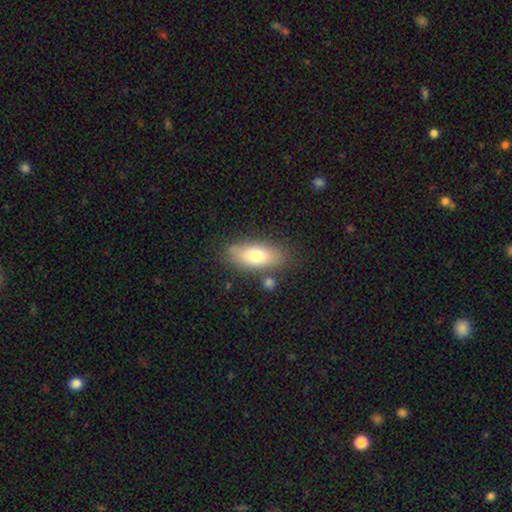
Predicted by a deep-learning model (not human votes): Smooth or featured: smooth — 74% (featured or disk — 18%)
How rounded: in between — 84% (cigar-shaped — 12%)
Merging: none — 77% (minor disturbance — 13%)